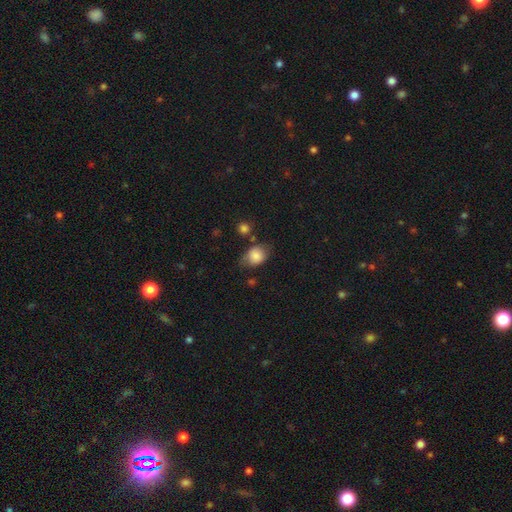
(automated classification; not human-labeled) Smooth or featured? Predicted: smooth (p=0.82). How rounded? Predicted: in between (p=0.55). Merging? Predicted: none (p=0.58).